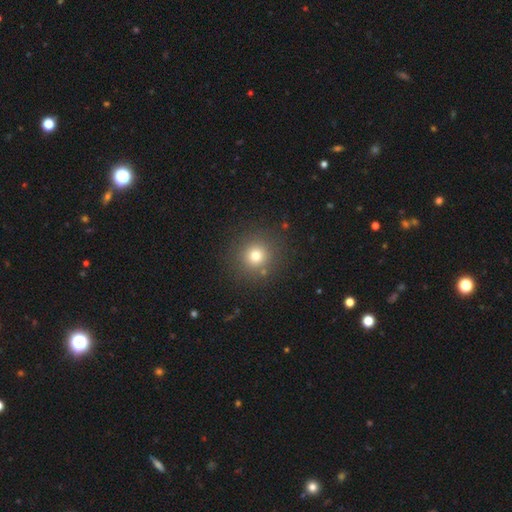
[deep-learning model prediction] Smooth or featured?
  - smooth: 75% *
  - star or artifact: 16%
  - featured or disk: 9%
How rounded?
  - round: 94% *
  - in between: 5%
  - cigar-shaped: 1%
Merging?
  - none: 87% *
  - minor disturbance: 7%
  - major disturbance: 3%
  - merger: 3%